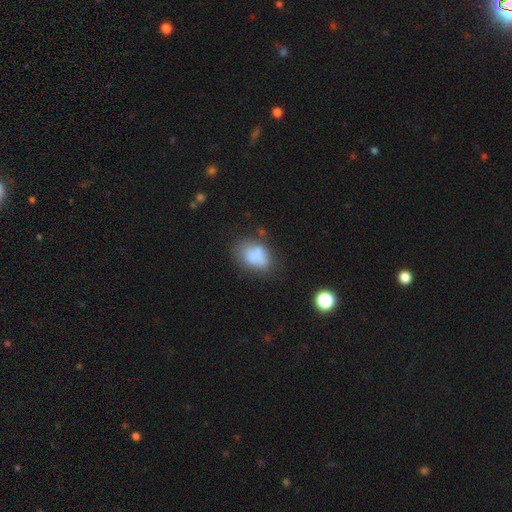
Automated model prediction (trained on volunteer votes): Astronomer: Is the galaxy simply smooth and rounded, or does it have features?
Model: smooth — 76%.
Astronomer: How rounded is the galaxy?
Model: in between — 77%.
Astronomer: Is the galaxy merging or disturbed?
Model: none — 51% (runner-up: minor disturbance, 28%).